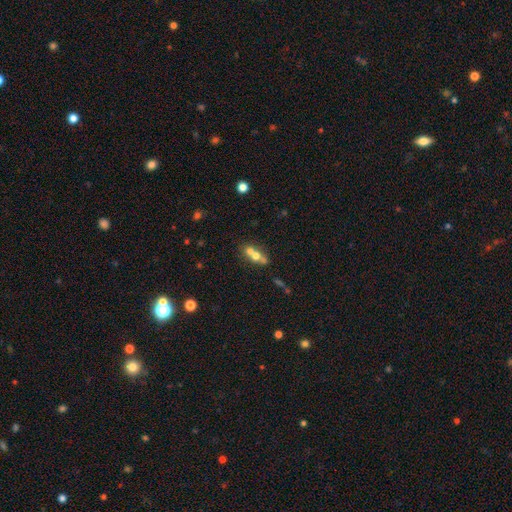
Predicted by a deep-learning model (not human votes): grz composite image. It shows a smooth galaxy with no disk features (58%) that is round (47%, tied with in between). Merging: merger (62%).